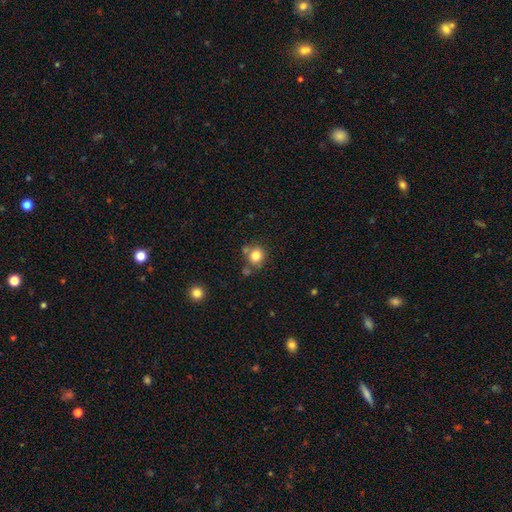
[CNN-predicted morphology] Smooth or featured?
  - smooth: 81% *
  - star or artifact: 11%
  - featured or disk: 7%
How rounded?
  - round: 84% *
  - in between: 16%
  - cigar-shaped: 1%
Merging?
  - none: 67% *
  - merger: 16%
  - minor disturbance: 13%
  - major disturbance: 4%